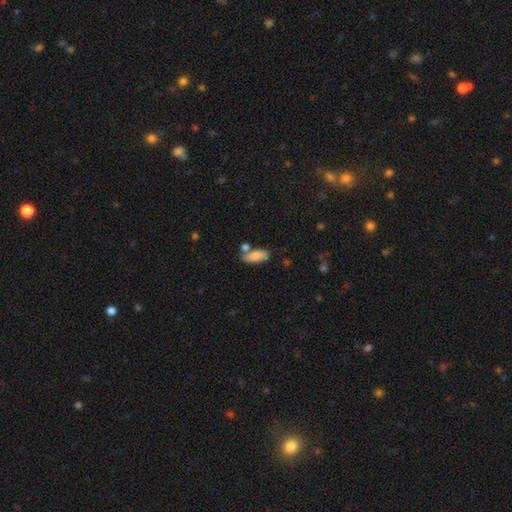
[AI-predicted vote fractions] Smooth or featured?
  - smooth: 83% *
  - featured or disk: 10%
  - star or artifact: 7%
How rounded?
  - in between: 80% *
  - cigar-shaped: 17%
  - round: 2%
Merging?
  - none: 65% *
  - merger: 16%
  - minor disturbance: 14%
  - major disturbance: 4%